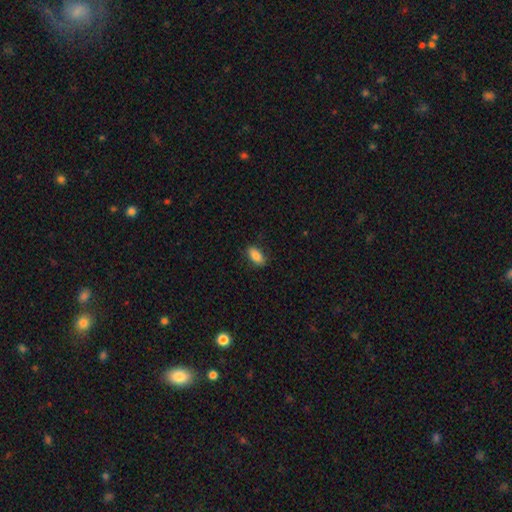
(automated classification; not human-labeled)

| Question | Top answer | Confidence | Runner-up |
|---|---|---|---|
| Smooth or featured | smooth | 86% | star or artifact (7%) |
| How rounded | in between | 89% | cigar-shaped (8%) |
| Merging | none | 84% | minor disturbance (12%) |